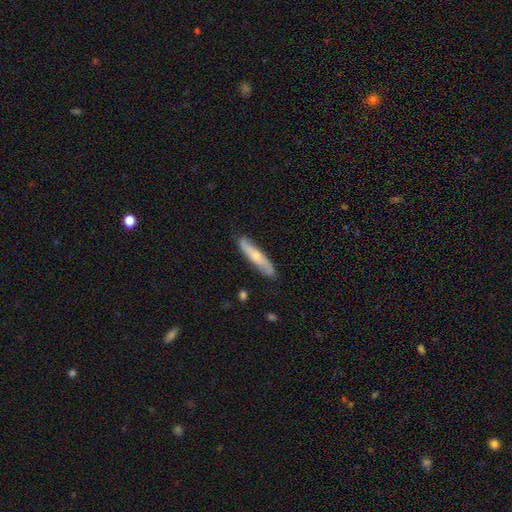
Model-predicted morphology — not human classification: Smooth or featured: smooth — 49% (featured or disk — 46%)
Merging: none — 82% (minor disturbance — 14%)